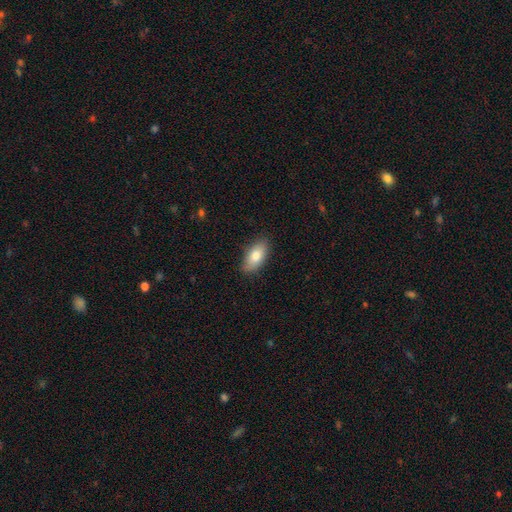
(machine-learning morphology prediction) This appears to be a smooth galaxy with no disk features (80%) that is in between round and cigar-shaped (91%). Merging: none (84%).